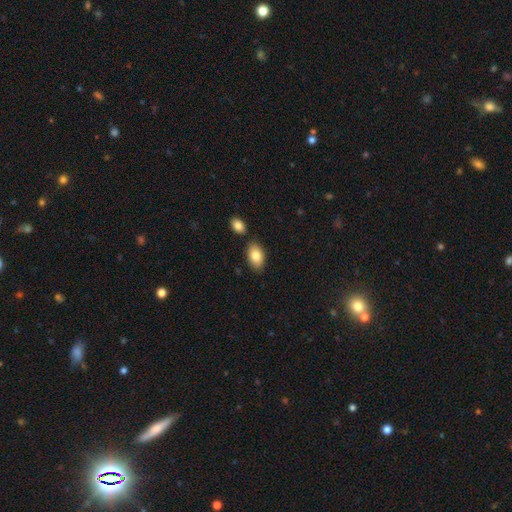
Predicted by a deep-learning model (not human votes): Q: Smooth or featured?
A: smooth (84%); runner-up: featured or disk (10%)
Q: How rounded?
A: in between (93%); runner-up: round (6%)
Q: Merging?
A: none (79%); runner-up: minor disturbance (11%)